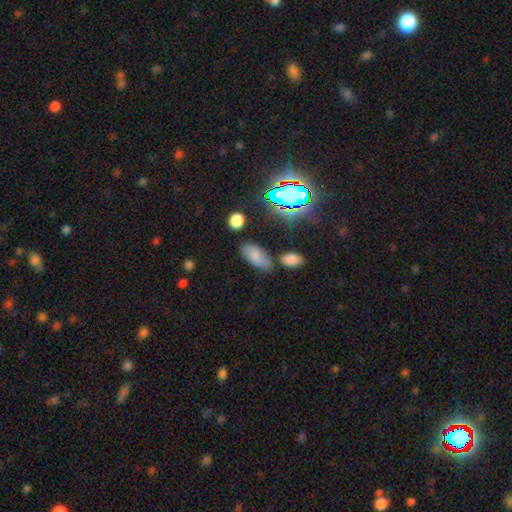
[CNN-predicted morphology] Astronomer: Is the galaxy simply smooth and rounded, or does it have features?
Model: smooth — 71%.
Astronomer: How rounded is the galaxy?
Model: in between — 91%.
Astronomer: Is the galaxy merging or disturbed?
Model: none — 66%.